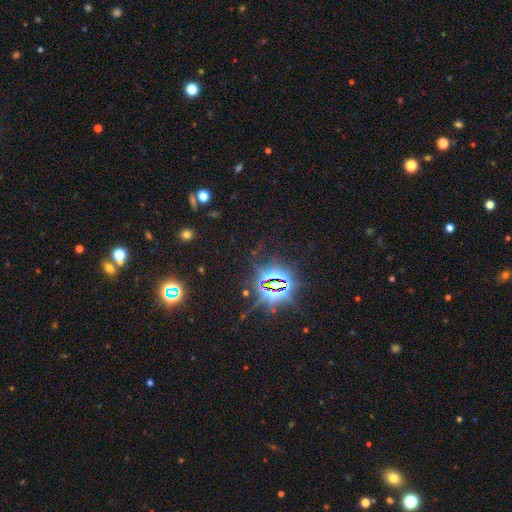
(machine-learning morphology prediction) Q: Smooth or featured?
A: star or artifact (84%); runner-up: smooth (9%)